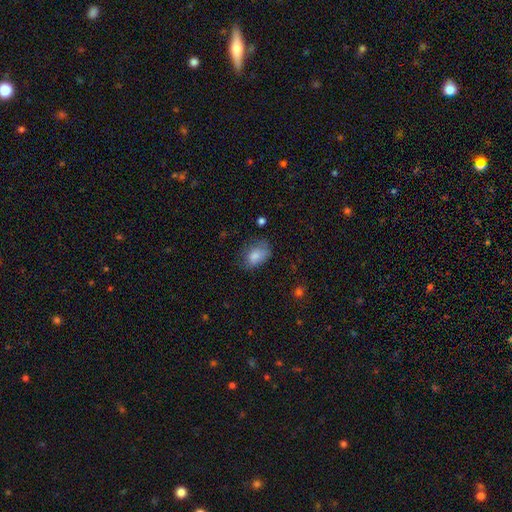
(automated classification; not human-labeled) smooth_or_featured: smooth (p=0.82) [alt: featured or disk p=0.09]
how_rounded: in between (p=0.84) [alt: round p=0.15]
merging: none (p=0.60) [alt: minor disturbance p=0.28]